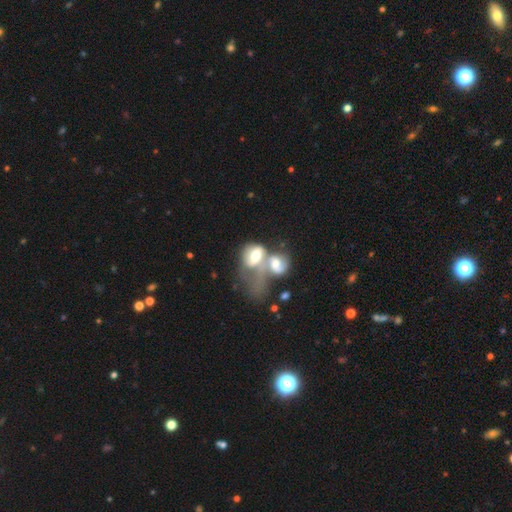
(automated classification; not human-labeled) featured or disk 47%, smooth 45%, star or artifact 8%. Down the decision tree: merging — merger (73%).